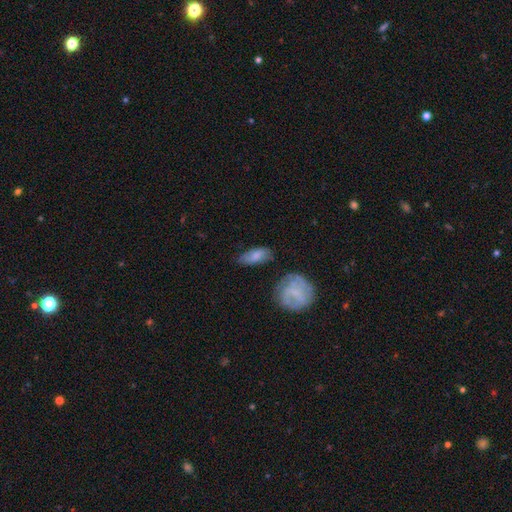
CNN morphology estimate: Smooth or featured?
  - smooth: 66% *
  - featured or disk: 27%
  - star or artifact: 7%
How rounded?
  - in between: 82% *
  - cigar-shaped: 13%
  - round: 4%
Merging?
  - none: 64% *
  - minor disturbance: 23%
  - major disturbance: 8%
  - merger: 5%